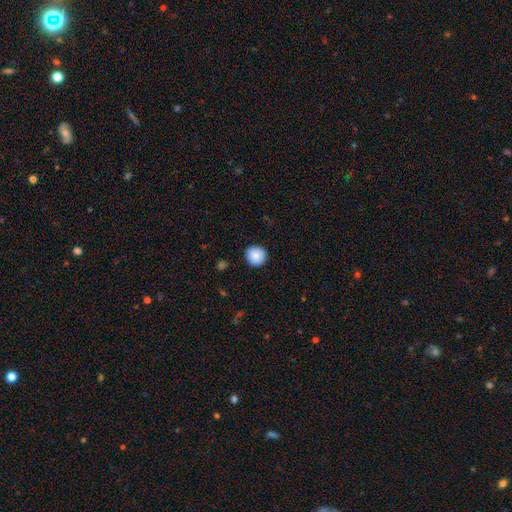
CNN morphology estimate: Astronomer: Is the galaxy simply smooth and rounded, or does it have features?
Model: smooth — 87%.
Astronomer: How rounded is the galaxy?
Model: round — 95%.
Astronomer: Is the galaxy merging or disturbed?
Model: none — 91%.